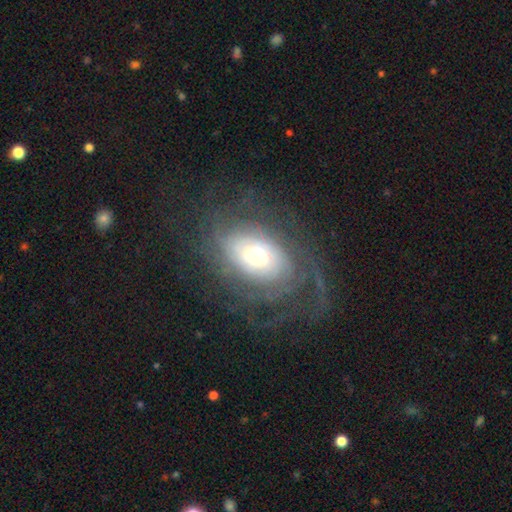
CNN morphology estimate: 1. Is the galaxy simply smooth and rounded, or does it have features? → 79% featured or disk, 14% smooth, 8% star or artifact.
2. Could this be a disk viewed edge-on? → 95% no, 5% yes.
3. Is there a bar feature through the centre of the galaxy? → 66% no, 25% weak, 9% strong.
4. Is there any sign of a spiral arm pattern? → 89% yes, 11% no.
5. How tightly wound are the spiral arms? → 58% tight, 28% medium, 14% loose.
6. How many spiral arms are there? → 42% can't tell, 19% 2, 13% 3, 9% 4, 8% 1, 8% more than 4.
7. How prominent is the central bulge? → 57% moderate, 27% large, 12% small, 3% dominant, 1% none.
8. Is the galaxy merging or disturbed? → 66% none, 17% major disturbance, 16% minor disturbance, 1% merger.